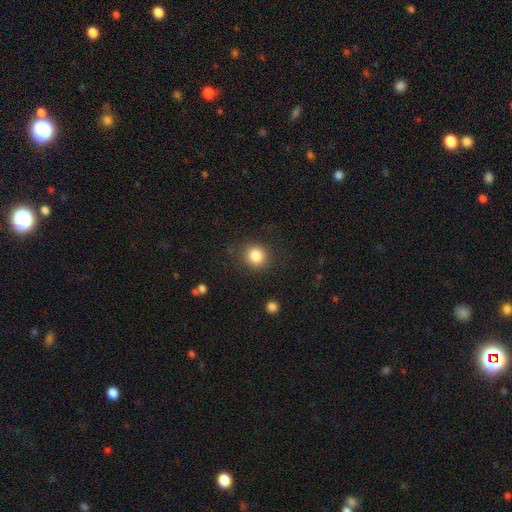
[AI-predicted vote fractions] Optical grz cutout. It shows a smooth galaxy with no disk features (84%) that is round (87%). Merging: none (84%).